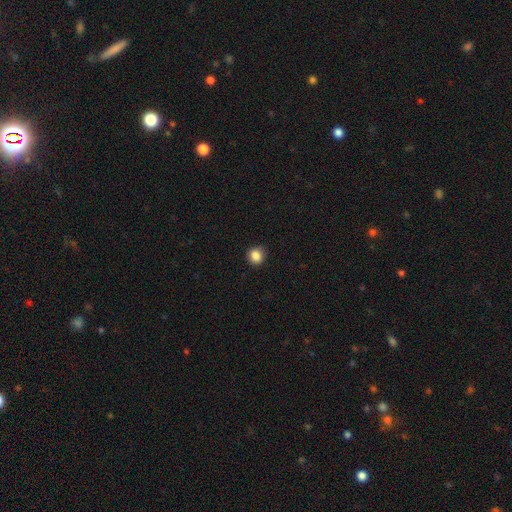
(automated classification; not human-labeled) A smooth galaxy with no disk features (85%) that is round (82%).

Vote fractions:
- Smooth or featured? smooth: 85% / star or artifact: 10% / featured or disk: 4%
- How rounded? round: 82% / in between: 17% / cigar-shaped: 1%
- Merging? none: 85% / minor disturbance: 12% / major disturbance: 2% / merger: 1%